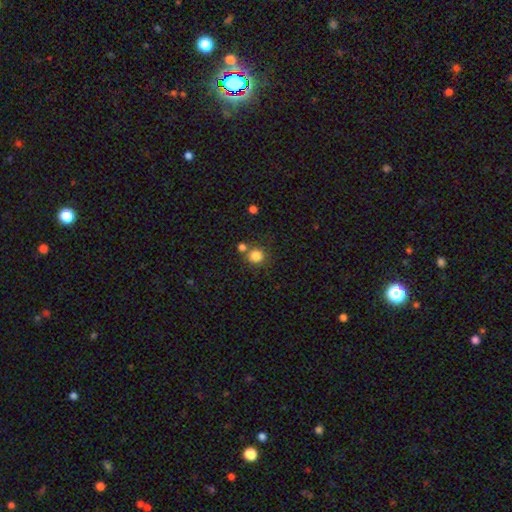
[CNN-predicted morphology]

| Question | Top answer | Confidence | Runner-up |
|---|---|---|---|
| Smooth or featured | smooth | 83% | star or artifact (12%) |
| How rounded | round | 90% | in between (9%) |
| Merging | none | 69% | merger (18%) |